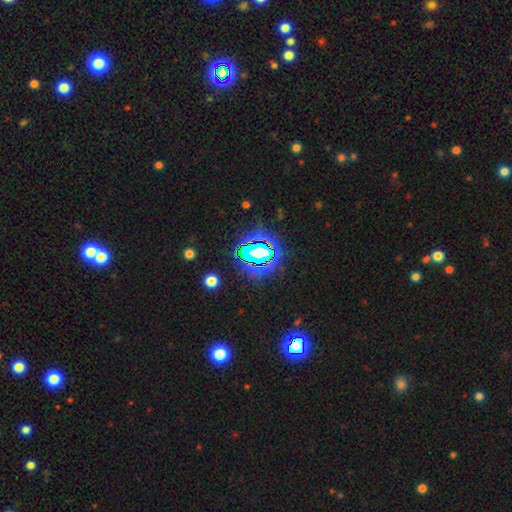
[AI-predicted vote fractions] Smooth or featured? star or artifact (81%)